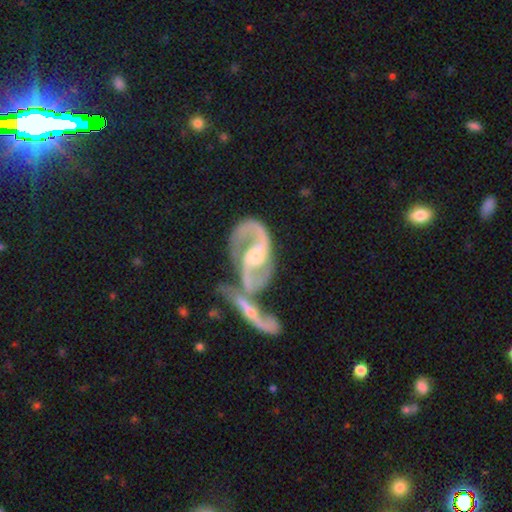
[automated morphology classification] Overall: featured or disk (89%). Edge-on disk: no (96%). Bar: no (45%; weak 37%). Spiral arms: yes (95%). Spiral arm count: 2 (86%). Spiral winding: medium (47%; loose 39%). Bulge size: moderate (57%; small 33%). Merging: merger (54%; none 23%).